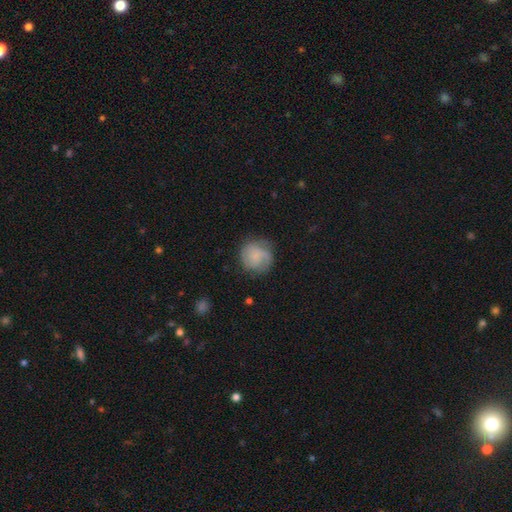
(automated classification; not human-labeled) A smooth galaxy with no disk features (56%) that is round (87%). Merging: none (66%).